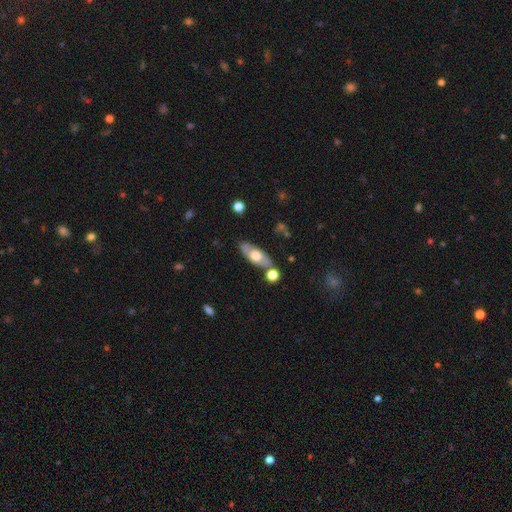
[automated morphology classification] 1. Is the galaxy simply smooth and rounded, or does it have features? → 50% smooth, 44% featured or disk, 6% star or artifact.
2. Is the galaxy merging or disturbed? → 73% none, 14% minor disturbance, 9% merger, 4% major disturbance.